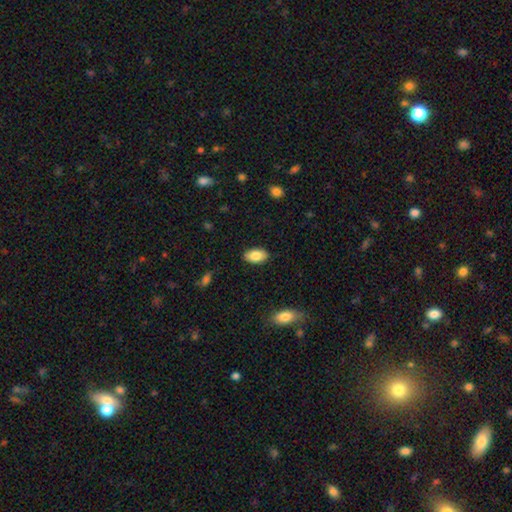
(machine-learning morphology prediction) smooth_or_featured: smooth (p=0.84) [alt: featured or disk p=0.09]
how_rounded: in between (p=0.94) [alt: round p=0.05]
merging: none (p=0.87) [alt: minor disturbance p=0.09]